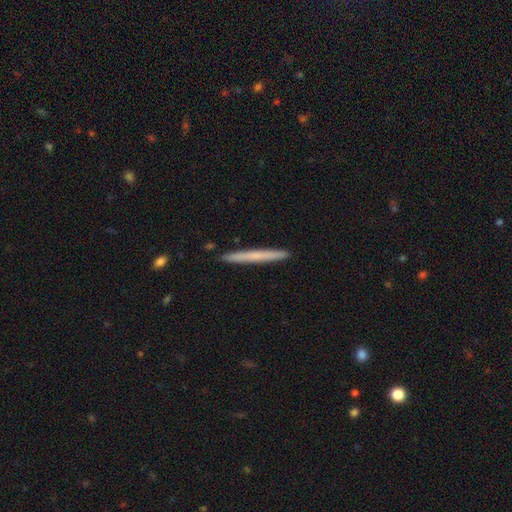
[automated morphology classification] The model was most divided on "smooth or featured": smooth: 58%, featured or disk: 37%, star or artifact: 6%. More confident: how rounded — cigar-shaped (97%); merging — none (93%).